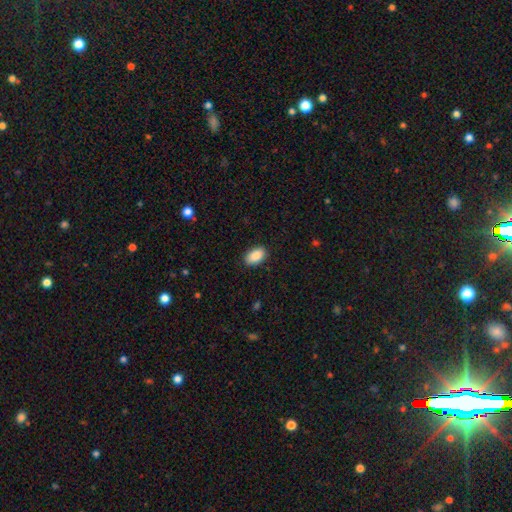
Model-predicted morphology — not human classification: Smooth or featured? smooth (90%)
How rounded? in between (93%)
Merging? none (88%)